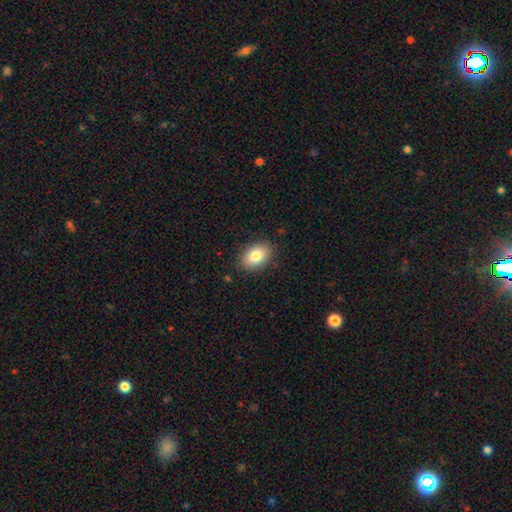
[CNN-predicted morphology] Smooth or featured?
  - smooth: 83% *
  - featured or disk: 9%
  - star or artifact: 8%
How rounded?
  - in between: 86% *
  - round: 13%
  - cigar-shaped: 1%
Merging?
  - none: 87% *
  - minor disturbance: 10%
  - major disturbance: 2%
  - merger: 1%